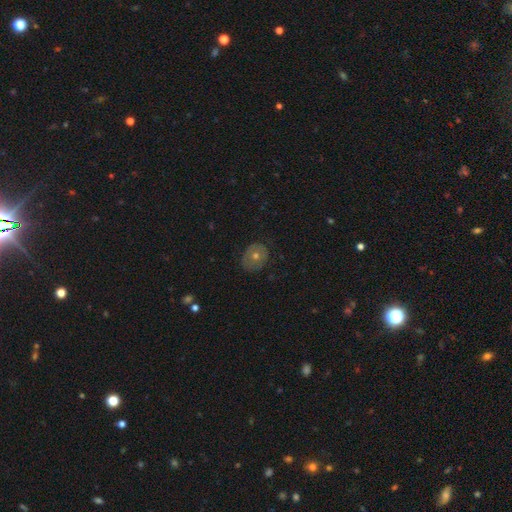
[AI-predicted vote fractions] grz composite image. It shows a smooth galaxy with no disk features (48%). Merging: none (80%).